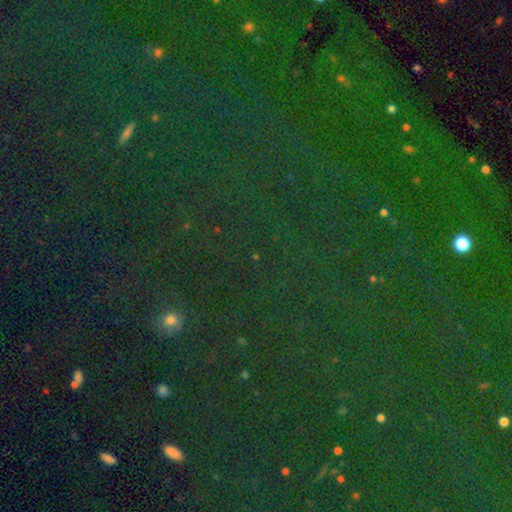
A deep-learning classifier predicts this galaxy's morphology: This appears to be a star or artifact, not a galaxy (78%).